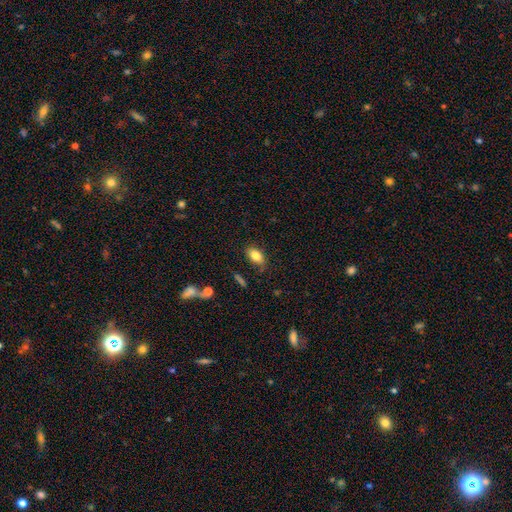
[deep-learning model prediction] Q: Smooth or featured?
A: smooth (82%); runner-up: featured or disk (10%)
Q: How rounded?
A: in between (89%); runner-up: round (7%)
Q: Merging?
A: none (75%); runner-up: minor disturbance (18%)